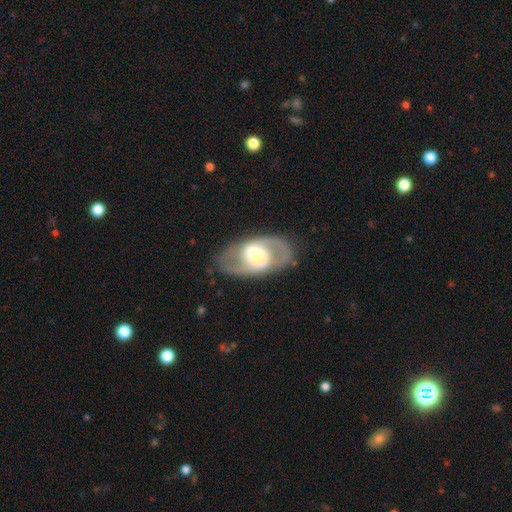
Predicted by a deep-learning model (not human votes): Smooth or featured? Predicted: featured or disk (p=0.77). Edge-on disk? Predicted: no (p=0.94). Bar? Predicted: no (p=0.41). Spiral arms? Predicted: yes (p=0.77). Spiral winding? Predicted: medium (p=0.53). Spiral arm count? Predicted: 2 (p=0.87). Bulge size? Predicted: moderate (p=0.47). Merging? Predicted: none (p=0.81).